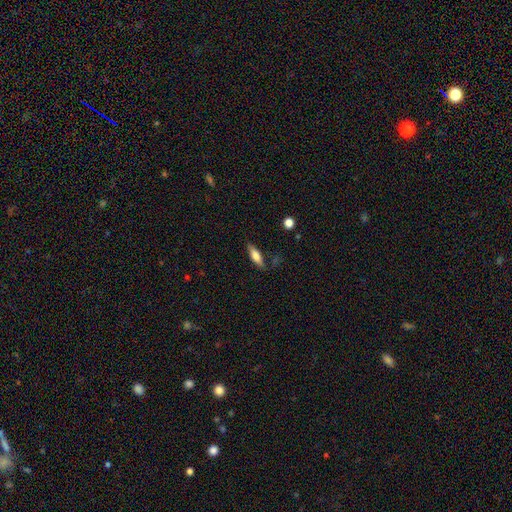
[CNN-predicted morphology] Q: Smooth or featured?
A: smooth (64%); runner-up: featured or disk (29%)
Q: How rounded?
A: cigar-shaped (50%); runner-up: in between (47%)
Q: Merging?
A: none (79%); runner-up: minor disturbance (15%)